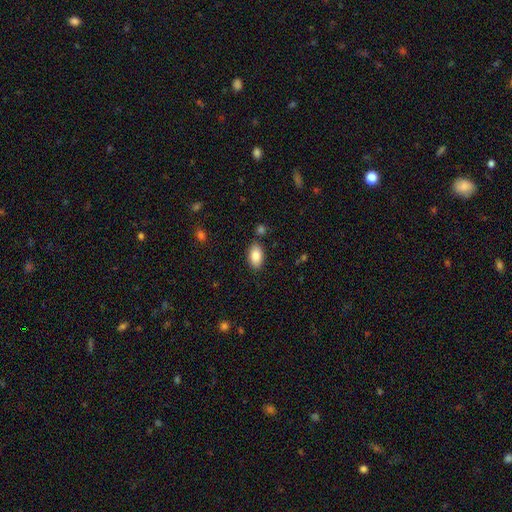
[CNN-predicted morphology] smooth 86%, featured or disk 7%, star or artifact 7%. Down the decision tree: how rounded — in between (92%); merging — none (83%).